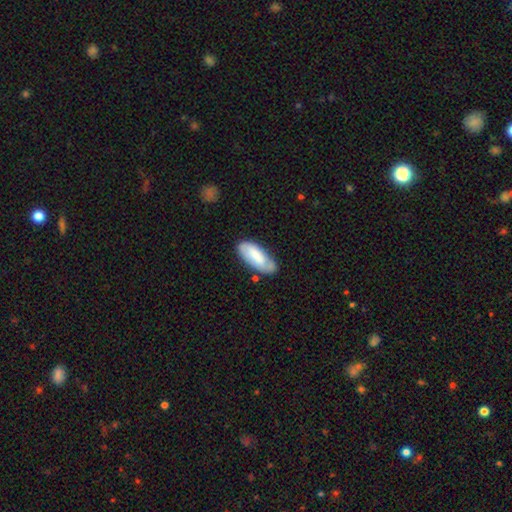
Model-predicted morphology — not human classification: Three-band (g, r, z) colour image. It shows a smooth galaxy with no disk features (67%) that is in between round and cigar-shaped (84%). Merging: none (66%).